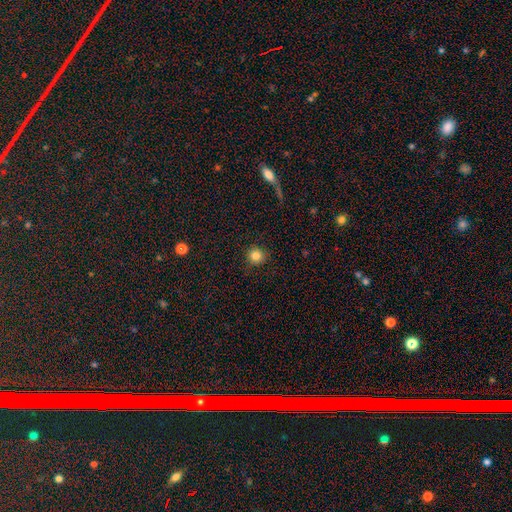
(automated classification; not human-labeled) smooth-or-featured: smooth: 83% | star or artifact: 12% | featured or disk: 5%
  how-rounded: round: 93% | in between: 6% | cigar-shaped: 1%
  merging: none: 91% | minor disturbance: 6% | major disturbance: 2% | merger: 1%